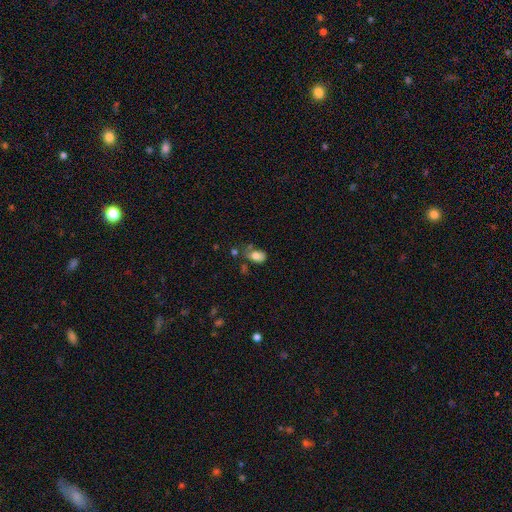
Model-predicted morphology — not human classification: smooth_or_featured: smooth (p=0.72) [alt: featured or disk p=0.19]
how_rounded: in between (p=0.83) [alt: round p=0.15]
merging: none (p=0.38) [alt: minor disturbance p=0.29]